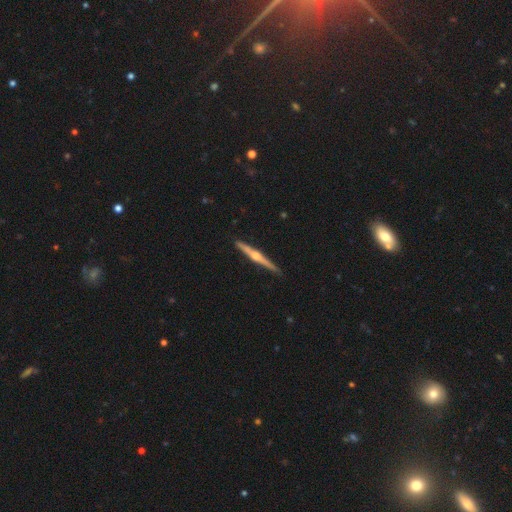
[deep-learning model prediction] Overall: featured or disk (79%). Edge-on disk: yes (98%). Edge-on bulge: rounded (93%). Merging: none (89%).